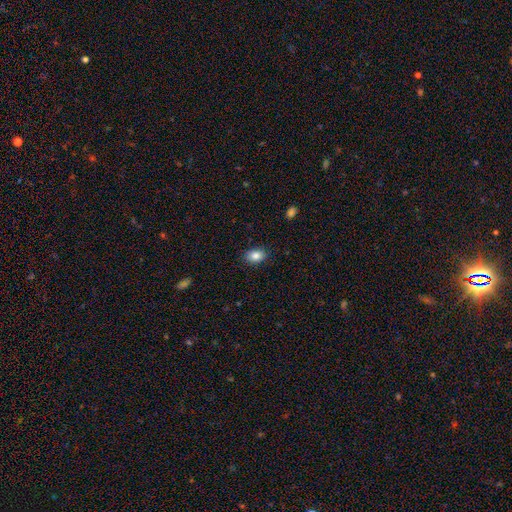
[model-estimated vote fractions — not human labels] Smooth or featured?
  - smooth: 85% *
  - star or artifact: 9%
  - featured or disk: 6%
How rounded?
  - in between: 79% *
  - round: 20%
  - cigar-shaped: 1%
Merging?
  - none: 87% *
  - minor disturbance: 9%
  - major disturbance: 2%
  - merger: 1%